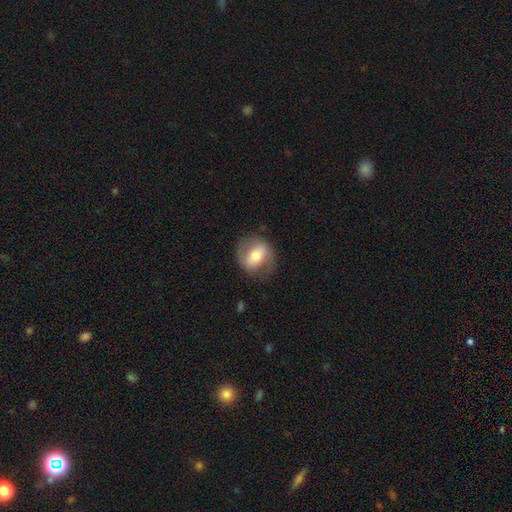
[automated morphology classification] This appears to be a featured or disk galaxy (49%). Merging: none (74%).